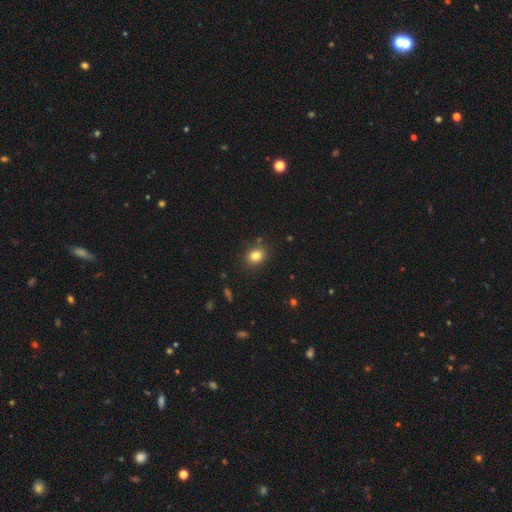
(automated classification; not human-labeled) Q: Smooth or featured?
A: smooth (81%); runner-up: star or artifact (12%)
Q: How rounded?
A: round (53%); runner-up: in between (46%)
Q: Merging?
A: none (85%); runner-up: minor disturbance (10%)